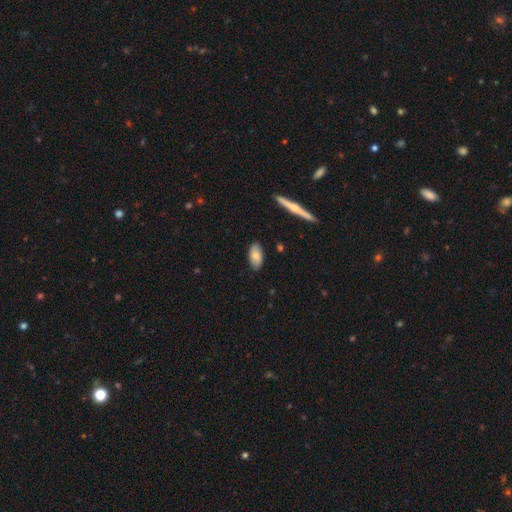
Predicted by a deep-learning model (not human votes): Q: Smooth or featured?
A: smooth (77%); runner-up: featured or disk (17%)
Q: How rounded?
A: in between (91%); runner-up: cigar-shaped (6%)
Q: Merging?
A: none (86%); runner-up: minor disturbance (11%)